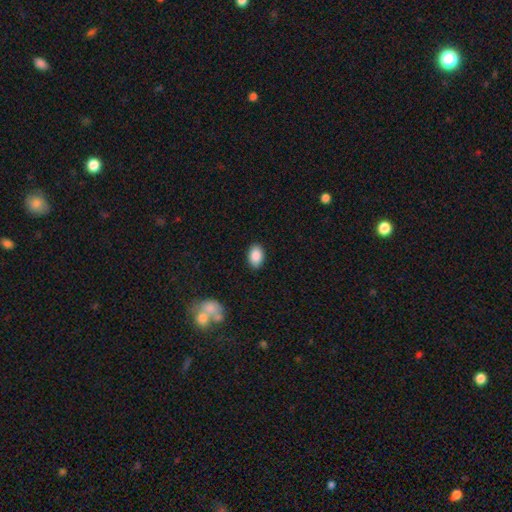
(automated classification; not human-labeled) Smooth or featured? Predicted: smooth (p=0.88). How rounded? Predicted: in between (p=0.88). Merging? Predicted: none (p=0.88).